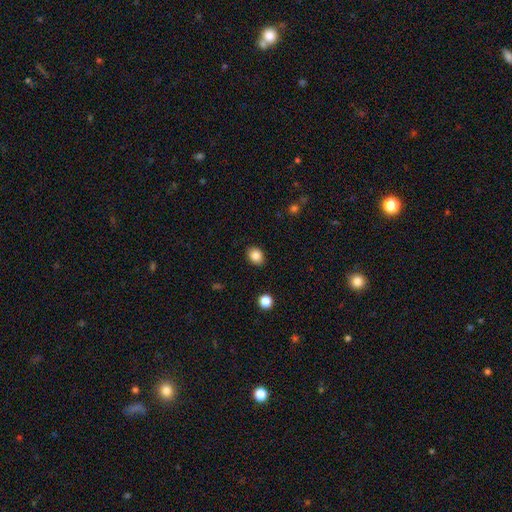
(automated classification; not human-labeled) Smooth or featured: smooth — 86% (star or artifact — 9%)
How rounded: in between — 56% (round — 43%)
Merging: none — 88% (minor disturbance — 8%)